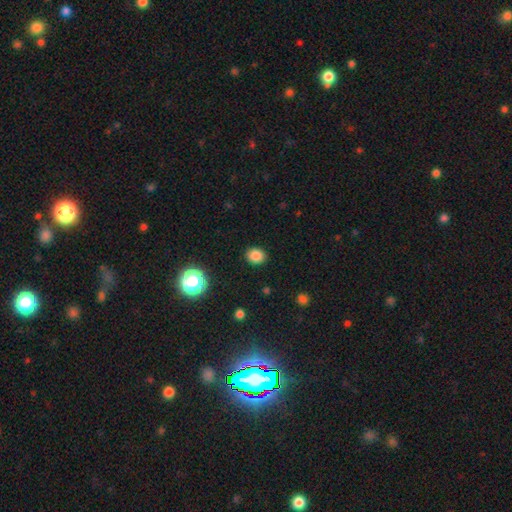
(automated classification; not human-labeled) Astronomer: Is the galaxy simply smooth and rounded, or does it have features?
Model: smooth — 83%.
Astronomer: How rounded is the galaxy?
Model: round — 61% (runner-up: in between, 38%).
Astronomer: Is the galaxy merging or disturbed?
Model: none — 89%.